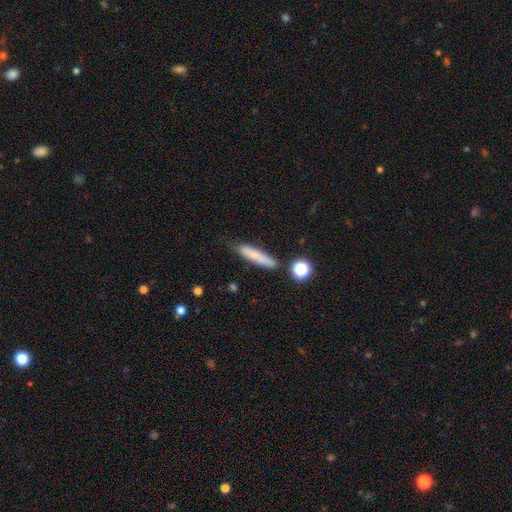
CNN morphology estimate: This is likely a smooth galaxy (74%). How rounded: clearly cigar-shaped (84%). Merging: likely none (75%).